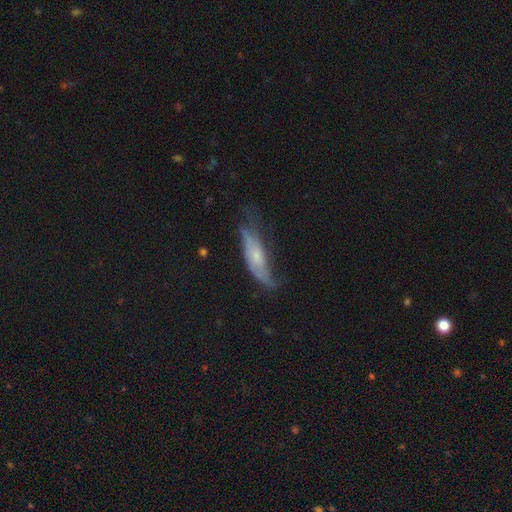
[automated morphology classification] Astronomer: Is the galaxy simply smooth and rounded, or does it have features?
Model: featured or disk — 56% (runner-up: smooth, 36%).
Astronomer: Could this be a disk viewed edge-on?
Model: no — 69%.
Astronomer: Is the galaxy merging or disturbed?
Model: none — 44% (runner-up: minor disturbance, 33%).